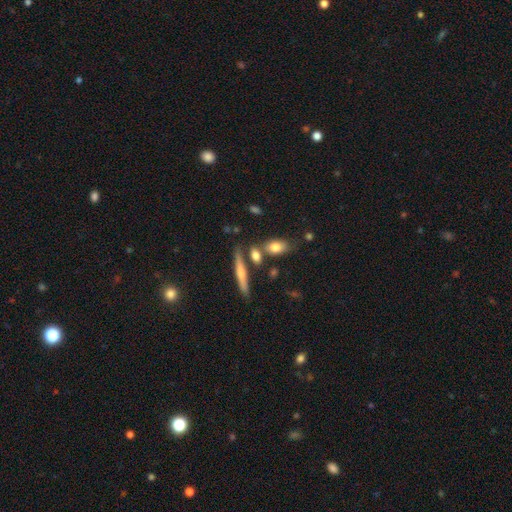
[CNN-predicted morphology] Q: Smooth or featured?
A: smooth (67%); runner-up: featured or disk (24%)
Q: How rounded?
A: in between (50%); runner-up: cigar-shaped (35%)
Q: Merging?
A: none (65%); runner-up: merger (18%)